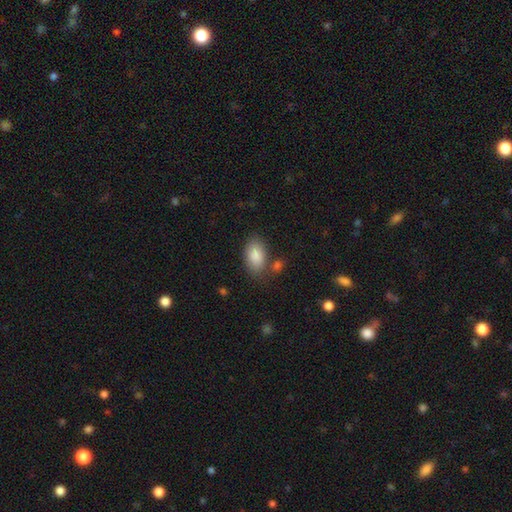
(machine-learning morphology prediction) smooth 87%, featured or disk 6%, star or artifact 6%. Down the decision tree: how rounded — in between (93%); merging — none (71%).